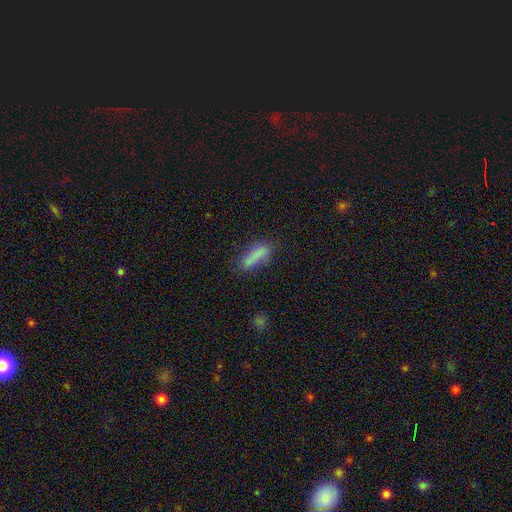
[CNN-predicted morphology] smooth-or-featured: smooth: 83% | star or artifact: 9% | featured or disk: 9%
  how-rounded: cigar-shaped: 61% | in between: 37% | round: 2%
  merging: none: 70% | minor disturbance: 20% | major disturbance: 6% | merger: 4%